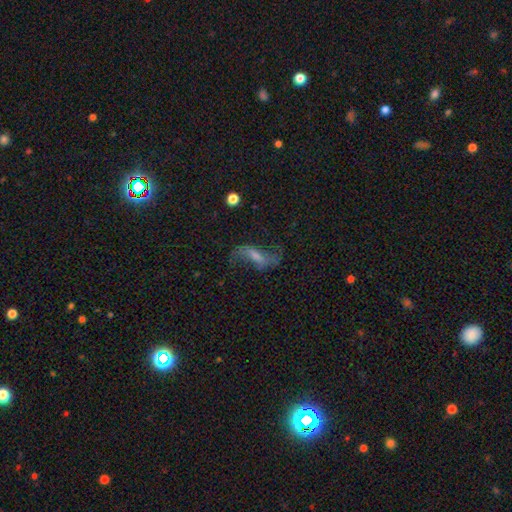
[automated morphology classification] featured or disk 72%, smooth 16%, star or artifact 12%. Down the decision tree: edge-on disk — no (89%); bar — weak (45%); spiral arms — yes (89%); spiral arm count — 2 (90%); spiral winding — loose (84%); bulge size — small (40%); merging — none (66%).